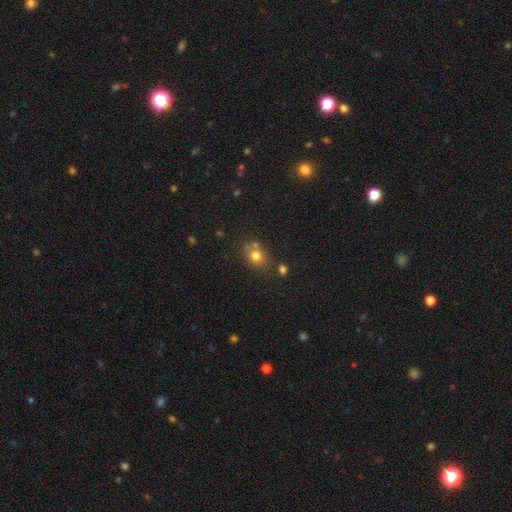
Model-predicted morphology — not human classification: Q: Smooth or featured?
A: smooth (75%); runner-up: star or artifact (15%)
Q: How rounded?
A: round (64%); runner-up: in between (35%)
Q: Merging?
A: none (66%); runner-up: merger (16%)